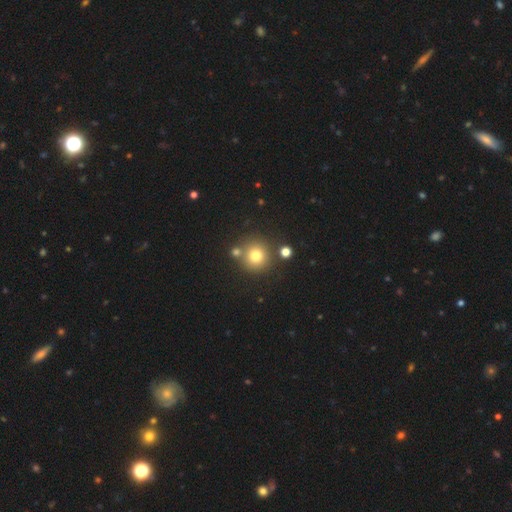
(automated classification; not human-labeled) A smooth galaxy with no disk features (77%) that is round (93%).

Vote fractions:
- Smooth or featured? smooth: 77% / star or artifact: 14% / featured or disk: 9%
- How rounded? round: 93% / in between: 6% / cigar-shaped: 1%
- Merging? none: 75% / merger: 13% / minor disturbance: 8% / major disturbance: 3%